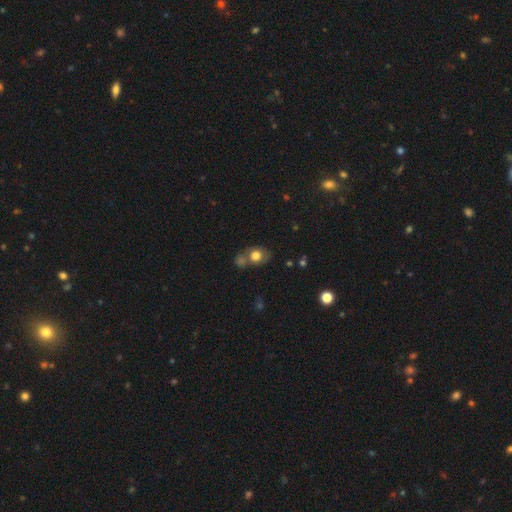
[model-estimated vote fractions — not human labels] A smooth galaxy with no disk features (71%) that is in between round and cigar-shaped (55%). Merging: none (51%).